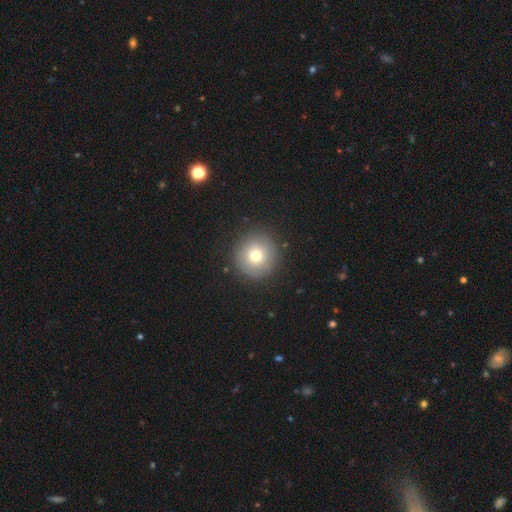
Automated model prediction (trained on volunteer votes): Overall: smooth (67%). How rounded: round (96%). Merging: none (87%).